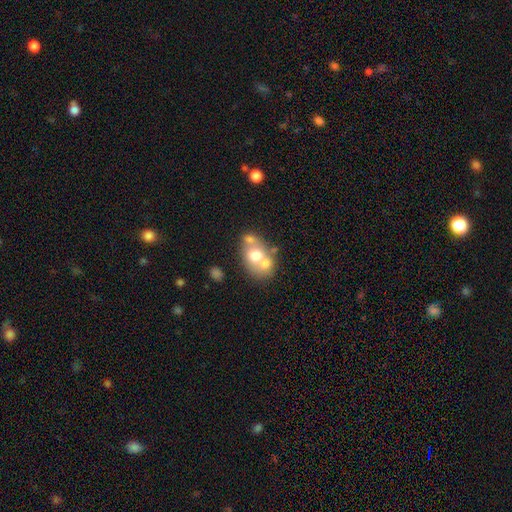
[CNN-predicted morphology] This is possibly a smooth galaxy (59%). How rounded: likely in between (62%). Merging: possibly merger (47%).